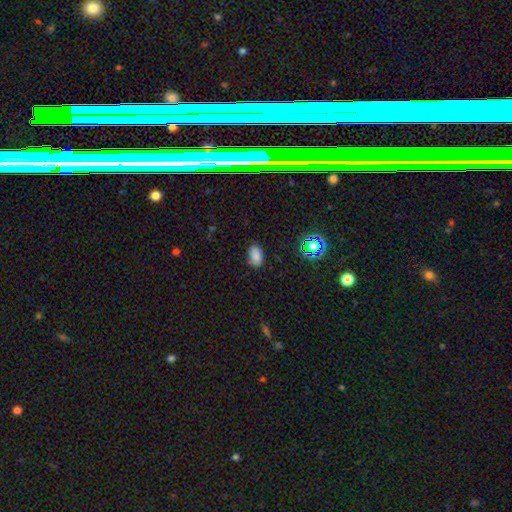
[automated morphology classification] A smooth galaxy with no disk features (82%) that is in between round and cigar-shaped (90%). Merging: none (83%).